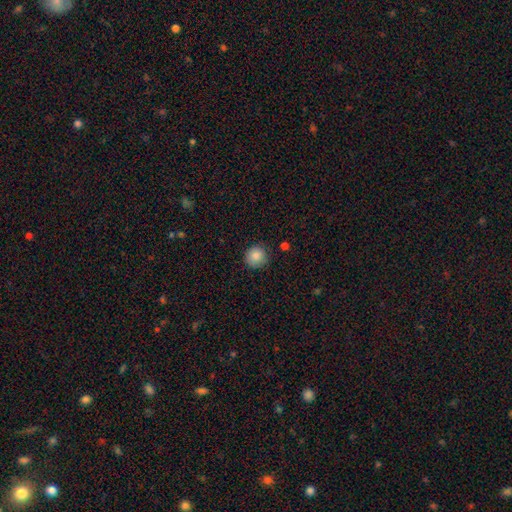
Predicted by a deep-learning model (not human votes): A smooth galaxy with no disk features (86%) that is round (91%). Merging: none (84%).